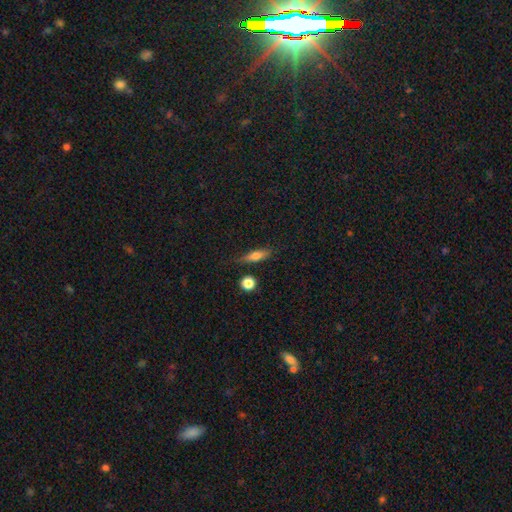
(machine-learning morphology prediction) smooth_or_featured: smooth (p=0.67) [alt: featured or disk p=0.23]
how_rounded: cigar-shaped (p=0.50) [alt: in between p=0.44]
merging: none (p=0.71) [alt: minor disturbance p=0.19]